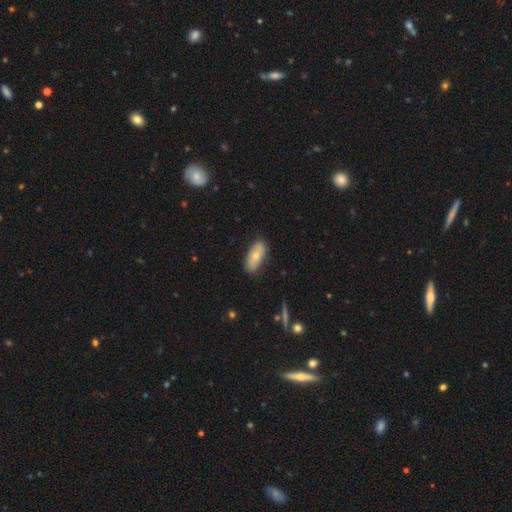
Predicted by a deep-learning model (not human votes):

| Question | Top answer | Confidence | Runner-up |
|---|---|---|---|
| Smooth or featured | smooth | 63% | featured or disk (30%) |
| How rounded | in between | 89% | cigar-shaped (8%) |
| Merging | none | 80% | minor disturbance (16%) |